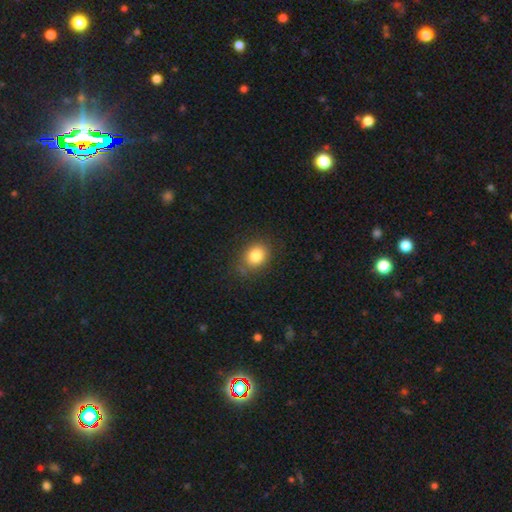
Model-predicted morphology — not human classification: Smooth or featured? smooth (82%)
How rounded? round (56%)
Merging? none (78%)